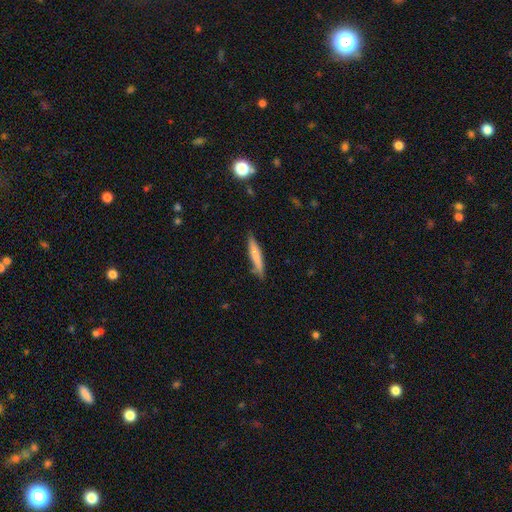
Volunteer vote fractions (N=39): Overall: smooth (62%; featured or disk 36%). How rounded: cigar-shaped (83%). Merging: none (66%; minor disturbance 32%).